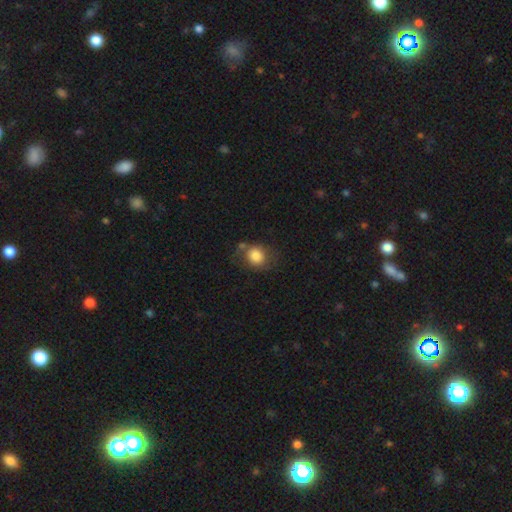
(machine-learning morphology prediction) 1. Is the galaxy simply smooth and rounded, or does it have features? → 82% smooth, 9% featured or disk, 8% star or artifact.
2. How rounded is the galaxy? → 68% round, 31% in between, 1% cigar-shaped.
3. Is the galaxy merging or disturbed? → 58% none, 21% minor disturbance, 11% merger, 10% major disturbance.